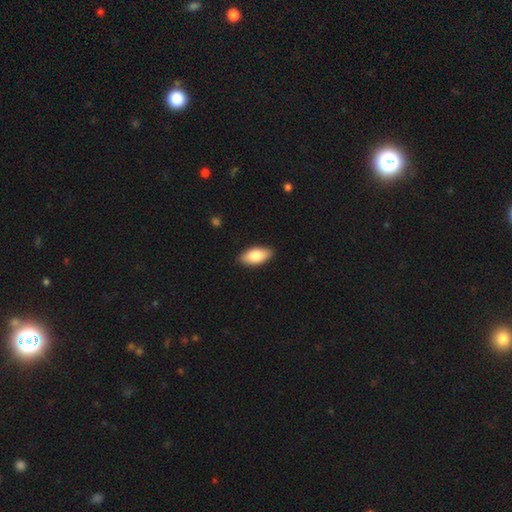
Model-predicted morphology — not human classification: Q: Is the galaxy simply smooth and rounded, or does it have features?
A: smooth — 80%.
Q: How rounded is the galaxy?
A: in between — 90%.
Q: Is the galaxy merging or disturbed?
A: none — 89%.